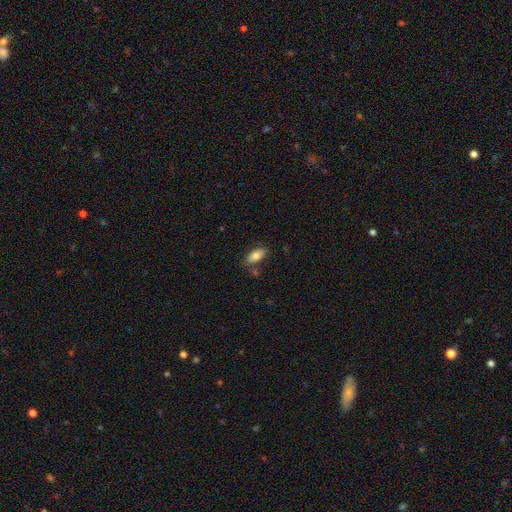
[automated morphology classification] Smooth or featured? Predicted: smooth (p=0.78). How rounded? Predicted: in between (p=0.90). Merging? Predicted: none (p=0.74).